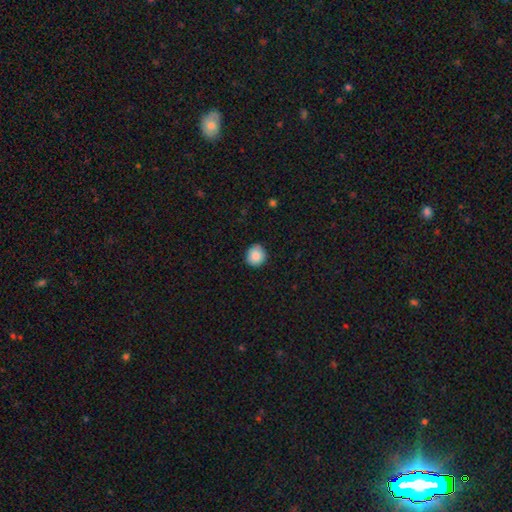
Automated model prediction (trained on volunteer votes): smooth-or-featured: smooth: 87% | star or artifact: 9% | featured or disk: 5%
  how-rounded: round: 88% | in between: 11% | cigar-shaped: 1%
  merging: none: 84% | minor disturbance: 13% | major disturbance: 2% | merger: 1%